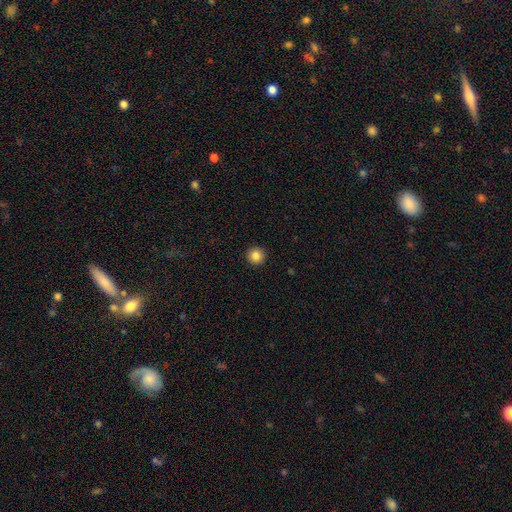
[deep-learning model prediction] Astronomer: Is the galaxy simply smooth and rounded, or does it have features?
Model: smooth — 85%.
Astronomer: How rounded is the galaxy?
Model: round — 95%.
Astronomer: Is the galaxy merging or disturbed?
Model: none — 93%.